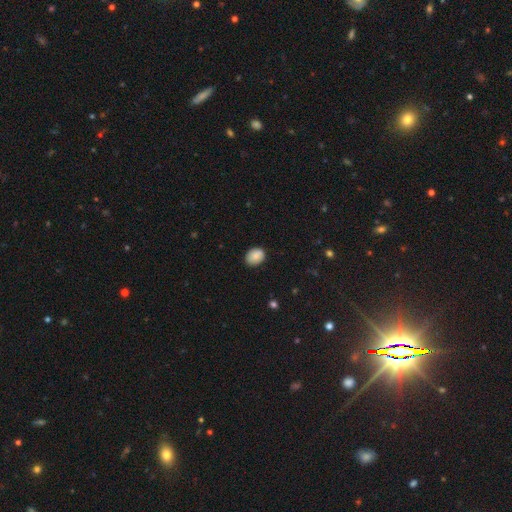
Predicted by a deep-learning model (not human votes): Q: Smooth or featured?
A: smooth (87%); runner-up: star or artifact (8%)
Q: How rounded?
A: in between (67%); runner-up: round (32%)
Q: Merging?
A: none (82%); runner-up: minor disturbance (15%)